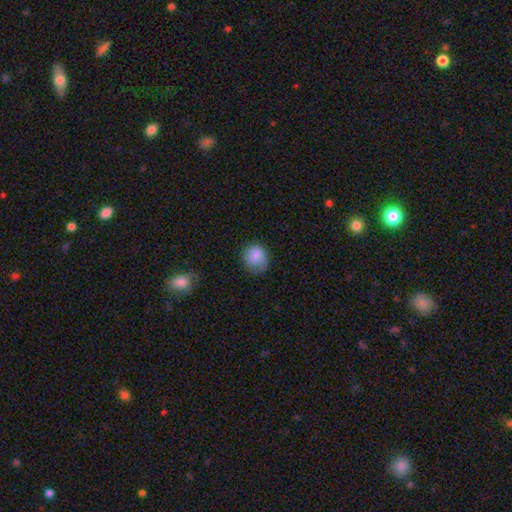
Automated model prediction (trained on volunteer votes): The model was most divided on "merging": none: 65%, minor disturbance: 24%, major disturbance: 9%, merger: 1%. More confident: smooth or featured — smooth (82%); how rounded — round (76%).